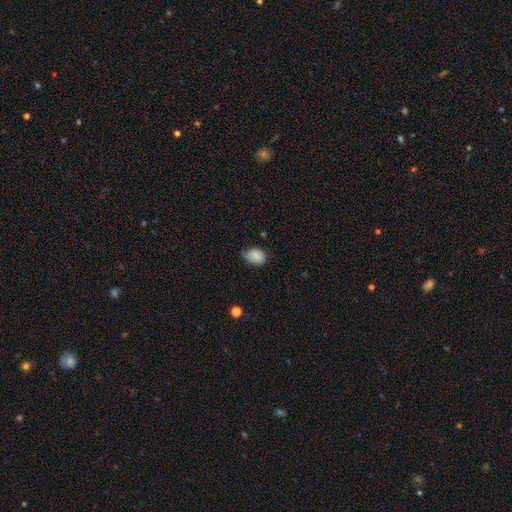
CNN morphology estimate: smooth_or_featured: smooth (p=0.82) [alt: featured or disk p=0.09]
how_rounded: in between (p=0.76) [alt: round p=0.23]
merging: none (p=0.51) [alt: minor disturbance p=0.39]